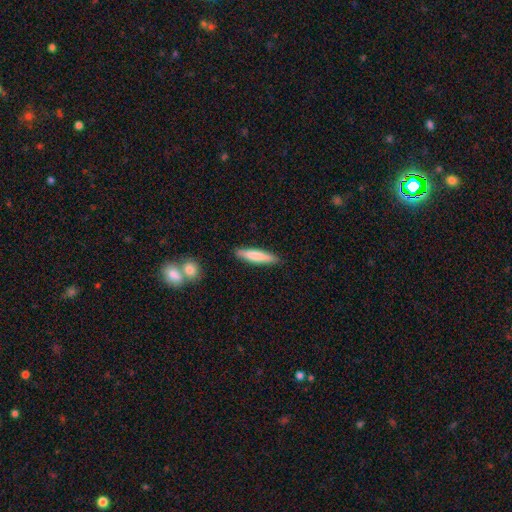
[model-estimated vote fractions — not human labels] Smooth or featured?
  - smooth: 78% *
  - featured or disk: 16%
  - star or artifact: 5%
How rounded?
  - cigar-shaped: 85% *
  - in between: 14%
  - round: 1%
Merging?
  - none: 88% *
  - minor disturbance: 8%
  - major disturbance: 2%
  - merger: 1%